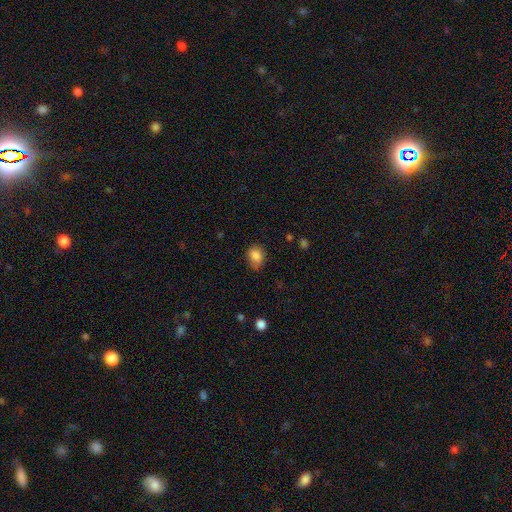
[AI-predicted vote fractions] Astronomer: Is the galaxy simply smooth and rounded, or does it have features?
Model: smooth — 84%.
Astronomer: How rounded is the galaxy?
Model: in between — 51% (runner-up: round, 48%).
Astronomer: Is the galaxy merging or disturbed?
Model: none — 70%.